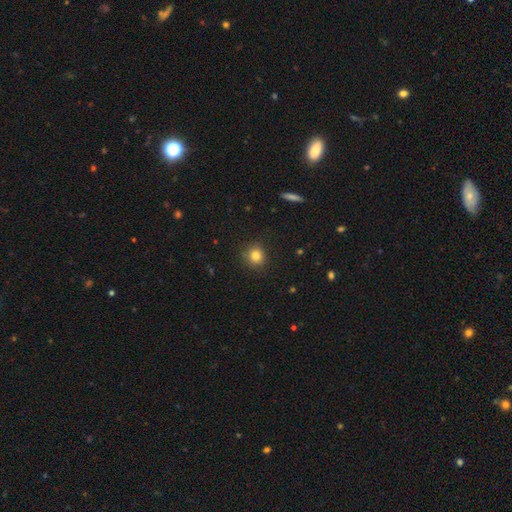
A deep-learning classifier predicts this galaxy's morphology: The model was most divided on "smooth or featured": smooth: 82%, star or artifact: 12%, featured or disk: 6%. More confident: how rounded — round (91%); merging — none (88%).